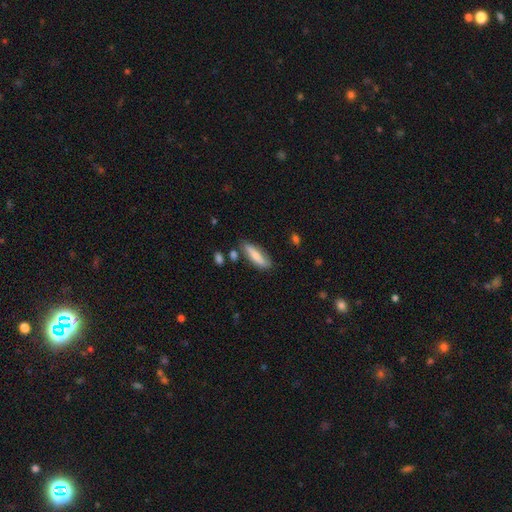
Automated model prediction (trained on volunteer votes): Smooth or featured? smooth (67%)
How rounded? cigar-shaped (59%)
Merging? none (76%)